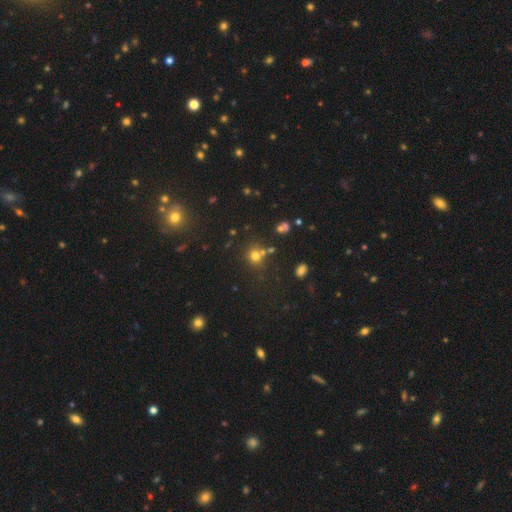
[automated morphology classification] Smooth or featured? Predicted: smooth (p=0.67). How rounded? Predicted: round (p=0.84). Merging? Predicted: none (p=0.66).